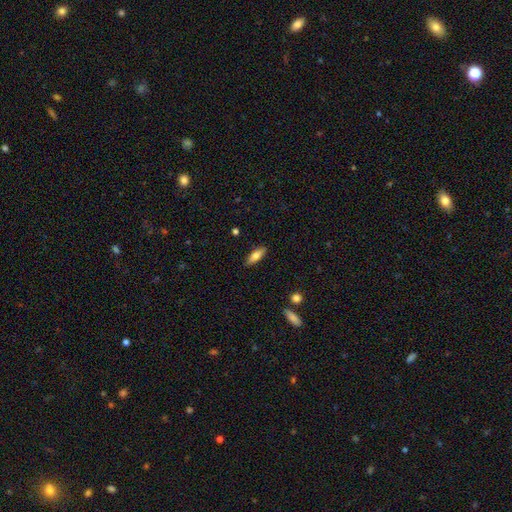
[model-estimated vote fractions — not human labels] smooth_or_featured: smooth (p=0.75) [alt: featured or disk p=0.19]
how_rounded: in between (p=0.60) [alt: cigar-shaped p=0.38]
merging: none (p=0.88) [alt: minor disturbance p=0.09]